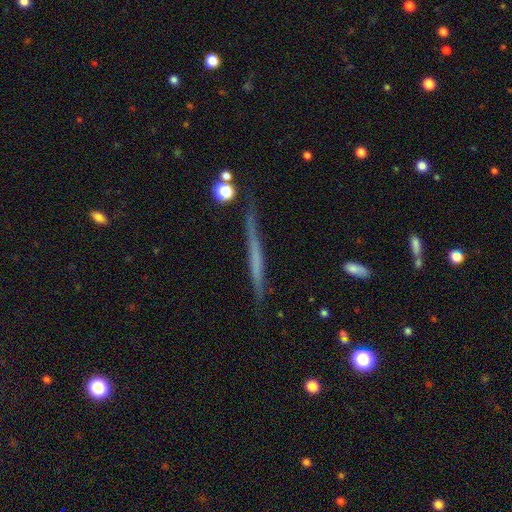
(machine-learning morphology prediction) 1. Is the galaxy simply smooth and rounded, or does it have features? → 52% featured or disk, 40% smooth, 8% star or artifact.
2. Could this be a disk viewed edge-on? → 96% yes, 4% no.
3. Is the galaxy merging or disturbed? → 82% none, 12% minor disturbance, 3% major disturbance, 2% merger.